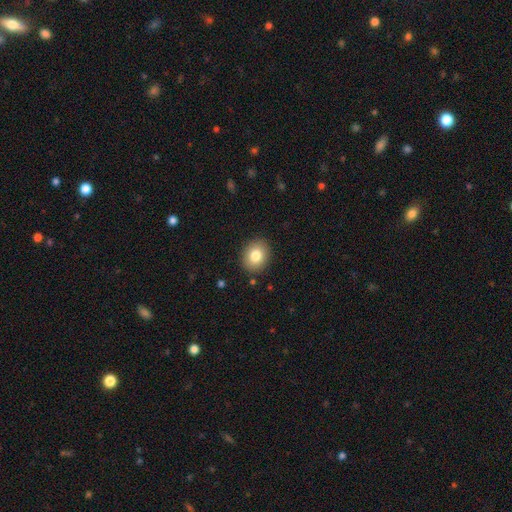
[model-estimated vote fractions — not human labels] Smooth or featured? smooth (81%)
How rounded? round (53%)
Merging? none (88%)